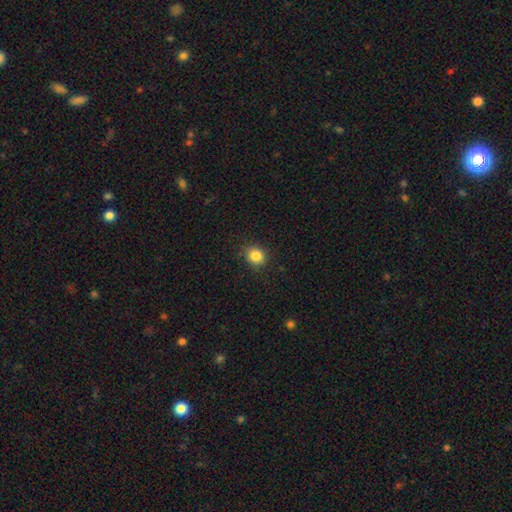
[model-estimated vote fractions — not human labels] A smooth galaxy with no disk features (84%) that is round (80%). Merging: none (88%).